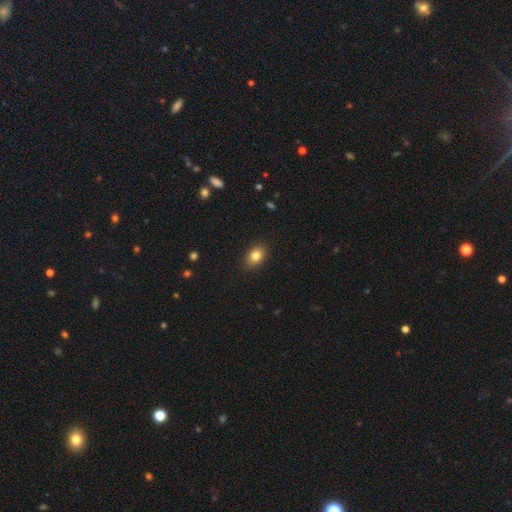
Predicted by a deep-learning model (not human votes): Overall: smooth (83%). How rounded: in between (73%). Merging: none (89%).